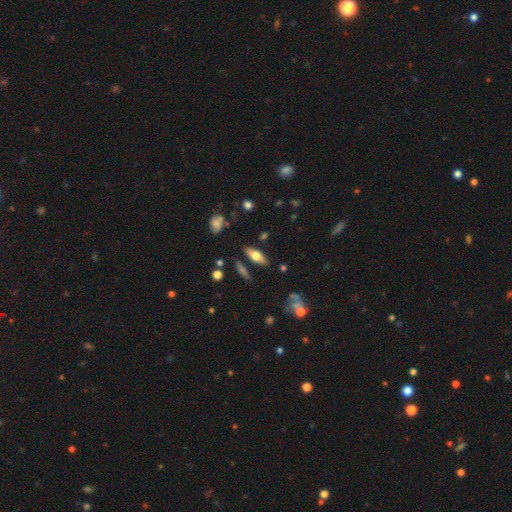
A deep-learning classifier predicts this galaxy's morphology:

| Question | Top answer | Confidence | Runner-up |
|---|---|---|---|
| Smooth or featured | smooth | 54% | featured or disk (38%) |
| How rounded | in between | 68% | cigar-shaped (29%) |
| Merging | none | 81% | minor disturbance (12%) |